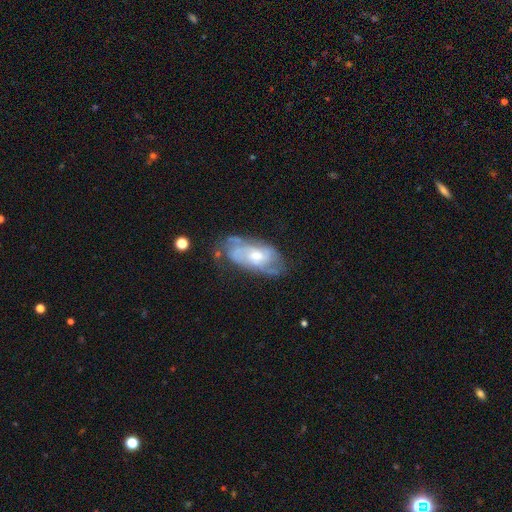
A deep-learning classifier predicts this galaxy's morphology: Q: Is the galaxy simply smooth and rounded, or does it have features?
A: featured or disk — 77%.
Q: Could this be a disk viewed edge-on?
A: no — 93%.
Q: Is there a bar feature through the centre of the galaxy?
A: no — 67%.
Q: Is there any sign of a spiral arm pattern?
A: yes — 88%.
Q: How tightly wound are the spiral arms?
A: tight — 51%.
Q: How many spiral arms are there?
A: can't tell — 37%.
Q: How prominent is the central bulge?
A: small — 49%.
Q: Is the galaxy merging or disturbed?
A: none — 59%.